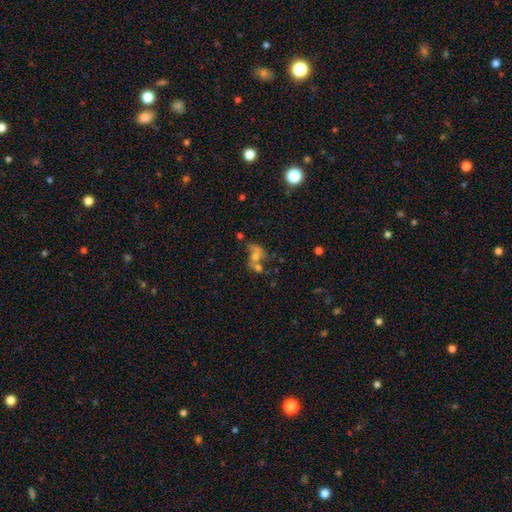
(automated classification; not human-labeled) A smooth galaxy with no disk features (46%).

Vote fractions:
- Smooth or featured? smooth: 46% / featured or disk: 36% / star or artifact: 18%
- Merging? merger: 50% / none: 22% / major disturbance: 17% / minor disturbance: 11%